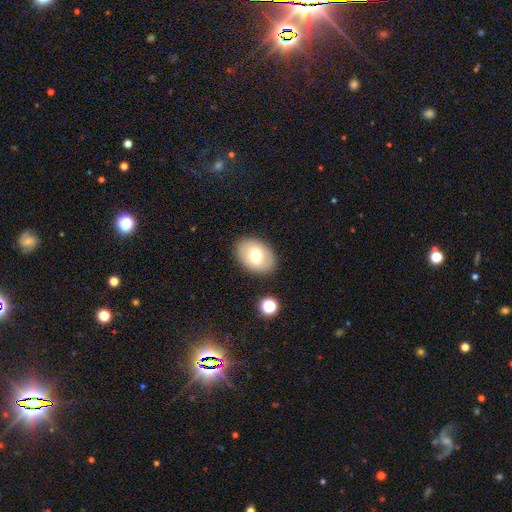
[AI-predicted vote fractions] Smooth or featured?
  - smooth: 71% *
  - featured or disk: 21%
  - star or artifact: 8%
How rounded?
  - in between: 80% *
  - round: 19%
  - cigar-shaped: 1%
Merging?
  - none: 86% *
  - minor disturbance: 9%
  - major disturbance: 3%
  - merger: 2%